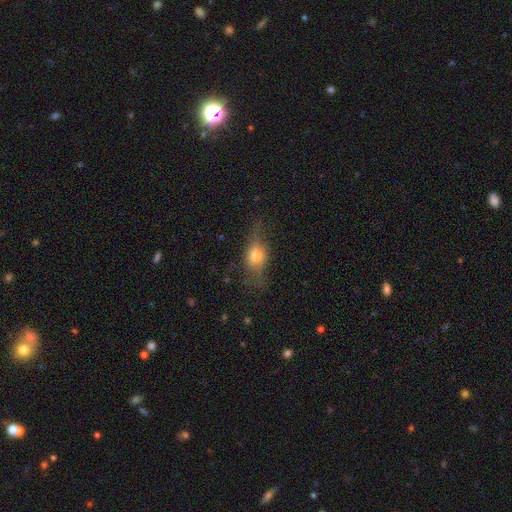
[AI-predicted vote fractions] smooth 47%, featured or disk 40%, star or artifact 12%. Down the decision tree: merging — none (63%).